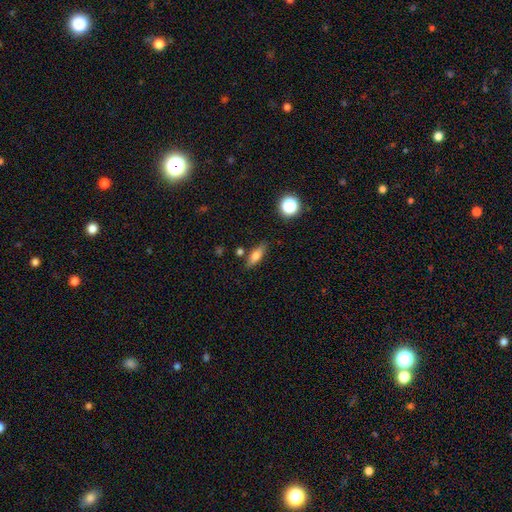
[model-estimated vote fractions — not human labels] Smooth or featured: smooth — 70% (featured or disk — 21%)
How rounded: in between — 59% (cigar-shaped — 36%)
Merging: none — 79% (minor disturbance — 13%)